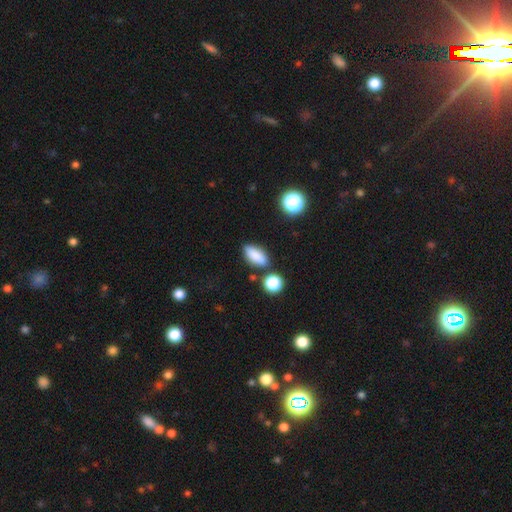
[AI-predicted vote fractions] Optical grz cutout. It shows a smooth galaxy with no disk features (82%) that is in between round and cigar-shaped (79%). Merging: none (76%).